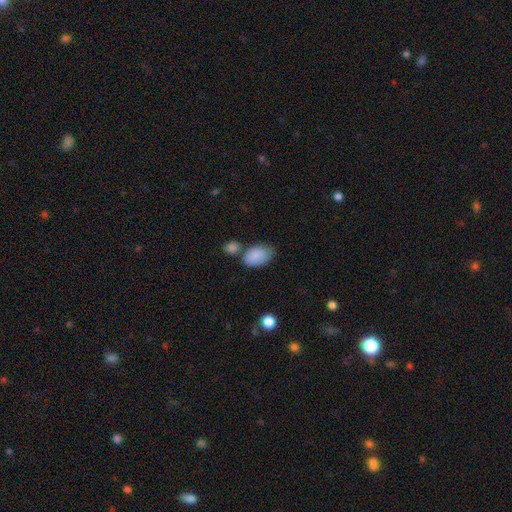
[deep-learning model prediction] Smooth or featured?
  - smooth: 87% *
  - star or artifact: 7%
  - featured or disk: 6%
How rounded?
  - in between: 91% *
  - round: 8%
  - cigar-shaped: 1%
Merging?
  - none: 56% *
  - minor disturbance: 20%
  - merger: 19%
  - major disturbance: 6%